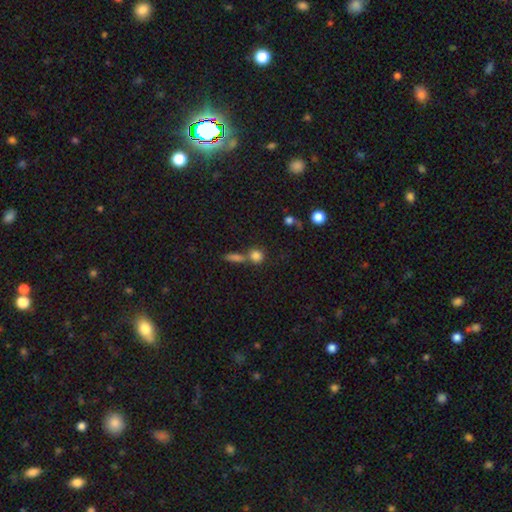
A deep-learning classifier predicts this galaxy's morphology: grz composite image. It shows a smooth galaxy with no disk features (81%) that is round (80%). Merging: none (55%).